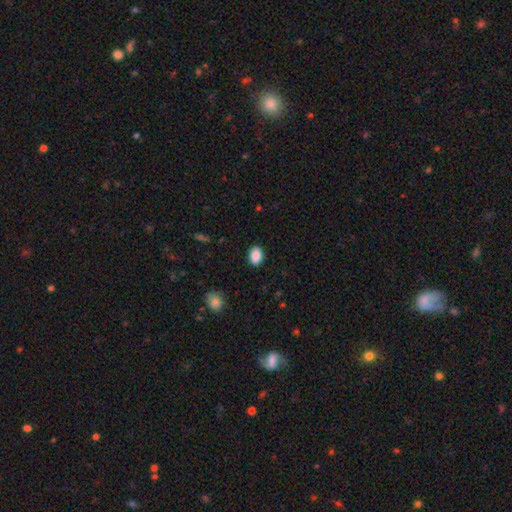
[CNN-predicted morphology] This appears to be a smooth galaxy with no disk features (89%) that is in between round and cigar-shaped (80%). Merging: none (88%).